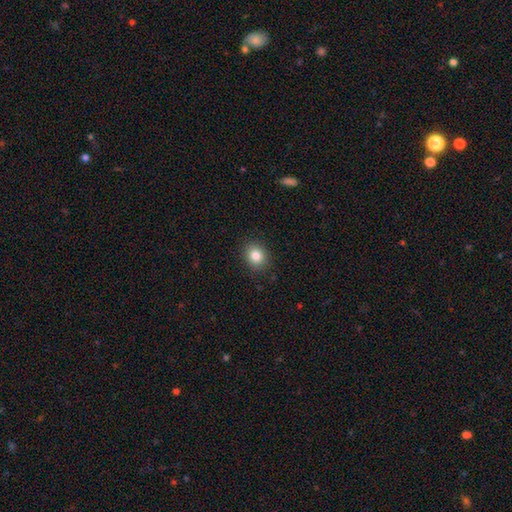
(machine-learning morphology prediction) Smooth or featured?
  - smooth: 84% *
  - star or artifact: 10%
  - featured or disk: 6%
How rounded?
  - round: 69% *
  - in between: 30%
  - cigar-shaped: 1%
Merging?
  - none: 88% *
  - minor disturbance: 8%
  - major disturbance: 2%
  - merger: 1%